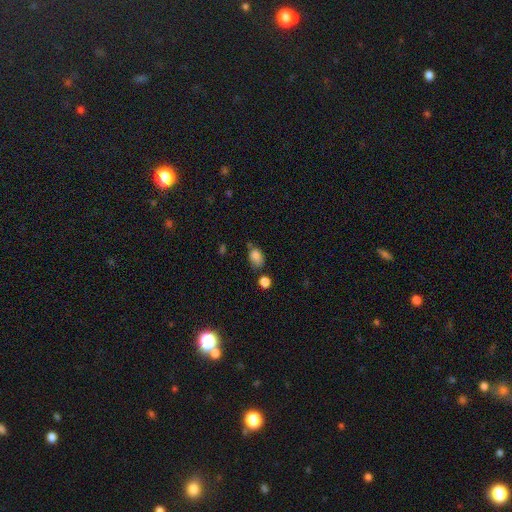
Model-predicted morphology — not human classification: Overall: smooth (82%). How rounded: in between (81%). Merging: none (54%; minor disturbance 29%).